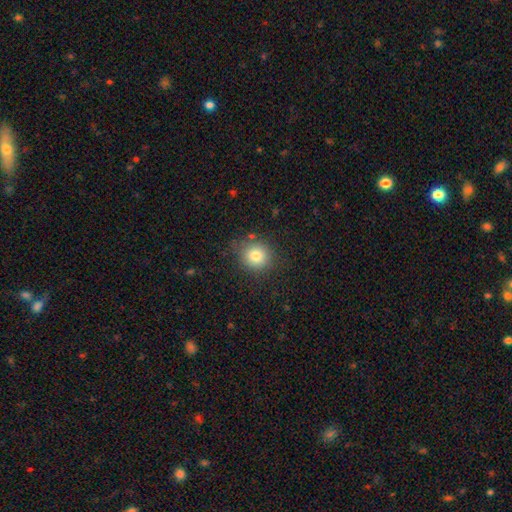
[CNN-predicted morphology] Overall: smooth (80%). How rounded: round (87%). Merging: none (83%).